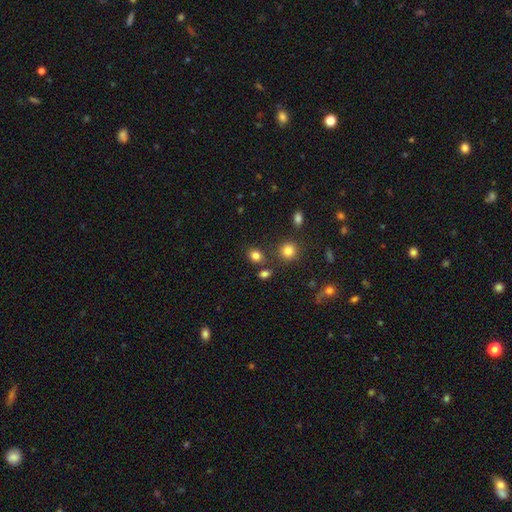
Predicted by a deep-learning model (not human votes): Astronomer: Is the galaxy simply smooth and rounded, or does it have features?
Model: smooth — 82%.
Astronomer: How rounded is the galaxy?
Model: round — 58% (runner-up: in between, 40%).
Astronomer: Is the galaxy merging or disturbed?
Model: none — 77%.